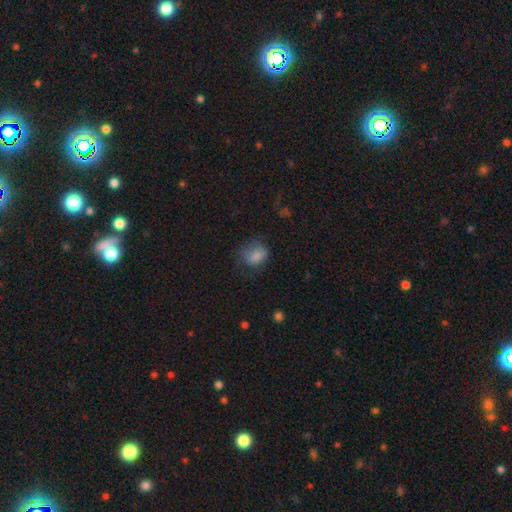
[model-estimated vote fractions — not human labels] Smooth or featured? smooth (76%)
How rounded? in between (50%)
Merging? none (48%)